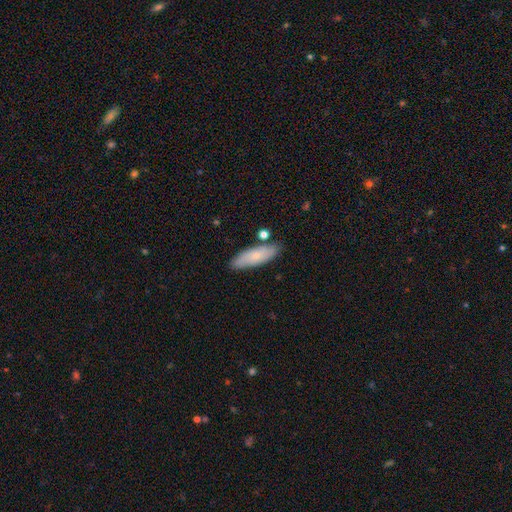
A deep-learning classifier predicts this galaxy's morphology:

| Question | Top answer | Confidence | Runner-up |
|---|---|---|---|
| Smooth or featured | smooth | 73% | featured or disk (21%) |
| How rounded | in between | 53% | cigar-shaped (45%) |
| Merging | none | 80% | minor disturbance (13%) |